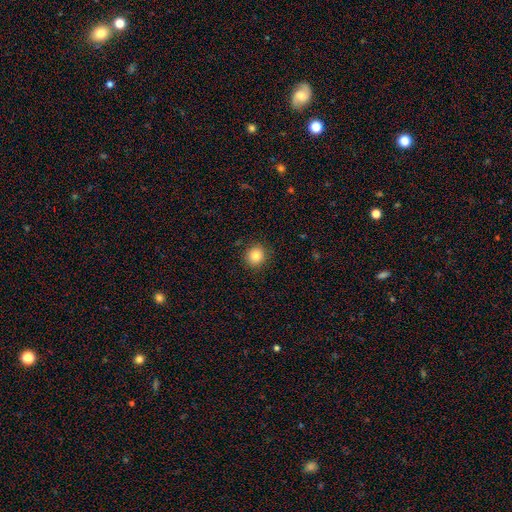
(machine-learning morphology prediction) Q: Smooth or featured?
A: smooth (85%); runner-up: star or artifact (10%)
Q: How rounded?
A: round (88%); runner-up: in between (11%)
Q: Merging?
A: none (90%); runner-up: minor disturbance (7%)